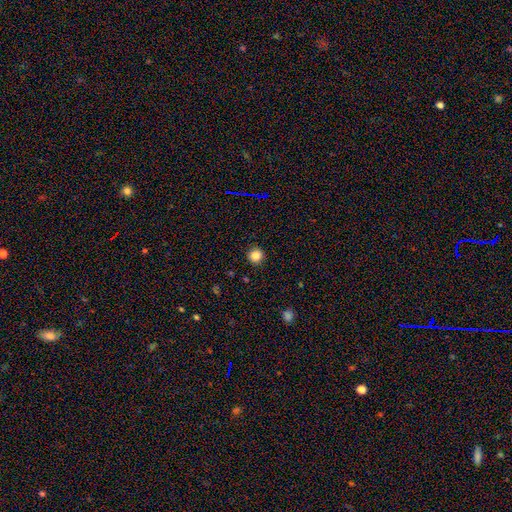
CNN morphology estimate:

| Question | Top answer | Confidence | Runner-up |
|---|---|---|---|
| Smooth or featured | smooth | 84% | star or artifact (12%) |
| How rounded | round | 95% | in between (4%) |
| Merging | none | 92% | minor disturbance (5%) |